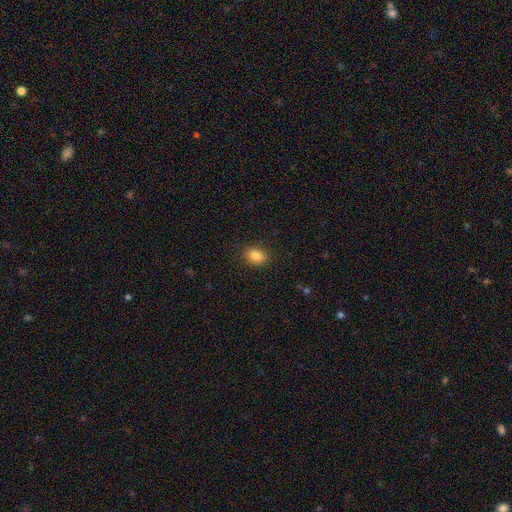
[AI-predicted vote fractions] Smooth or featured? Predicted: smooth (p=0.85). How rounded? Predicted: in between (p=0.75). Merging? Predicted: none (p=0.88).